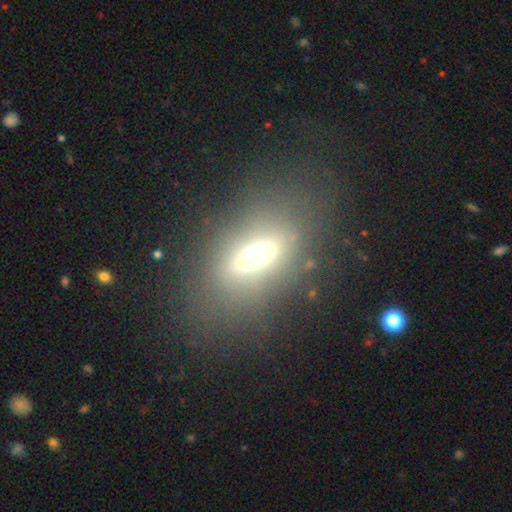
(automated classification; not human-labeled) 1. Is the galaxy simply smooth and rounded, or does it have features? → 44% smooth, 41% featured or disk, 15% star or artifact.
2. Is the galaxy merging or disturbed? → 70% none, 15% minor disturbance, 13% major disturbance, 3% merger.